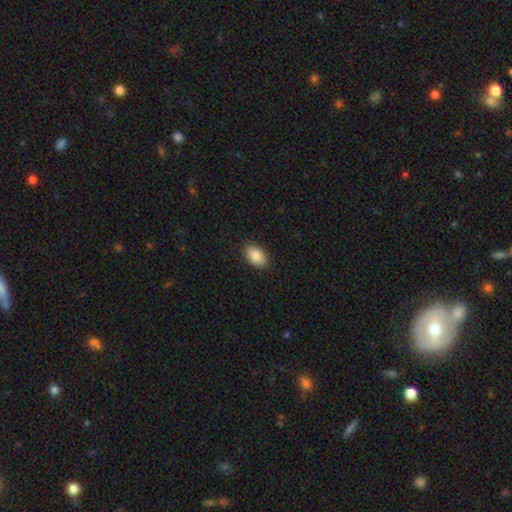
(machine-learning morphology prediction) smooth-or-featured: smooth: 87% | star or artifact: 7% | featured or disk: 6%
  how-rounded: in between: 92% | round: 7% | cigar-shaped: 1%
  merging: none: 89% | minor disturbance: 8% | major disturbance: 2% | merger: 1%